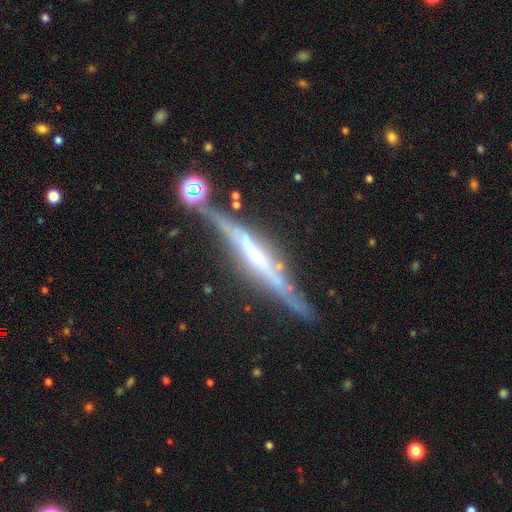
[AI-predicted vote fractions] Morphology: type=featured or disk (83%); edge-on=yes (93%); edge-on bulge=rounded (49%); merging=none (67%).